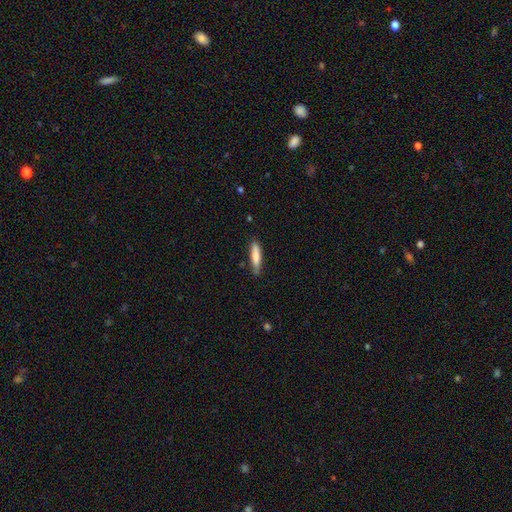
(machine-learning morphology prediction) smooth 78%, featured or disk 17%, star or artifact 6%. Down the decision tree: how rounded — cigar-shaped (80%); merging — none (78%).